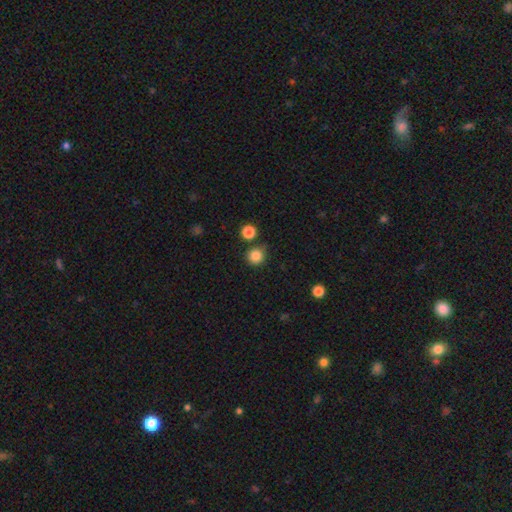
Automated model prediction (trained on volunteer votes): Smooth or featured? smooth (84%)
How rounded? round (94%)
Merging? none (80%)